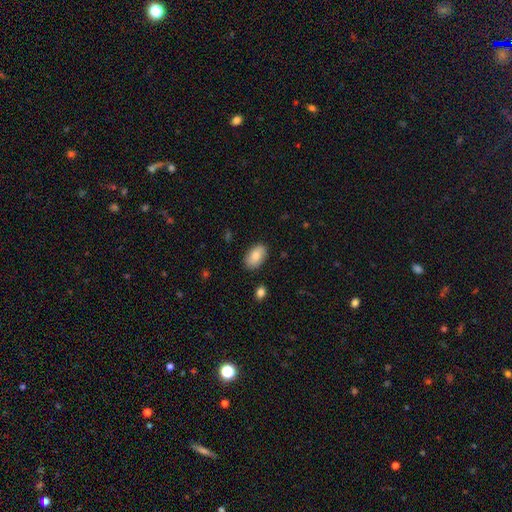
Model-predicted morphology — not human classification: smooth 81%, featured or disk 13%, star or artifact 6%. Down the decision tree: how rounded — in between (93%); merging — none (86%).